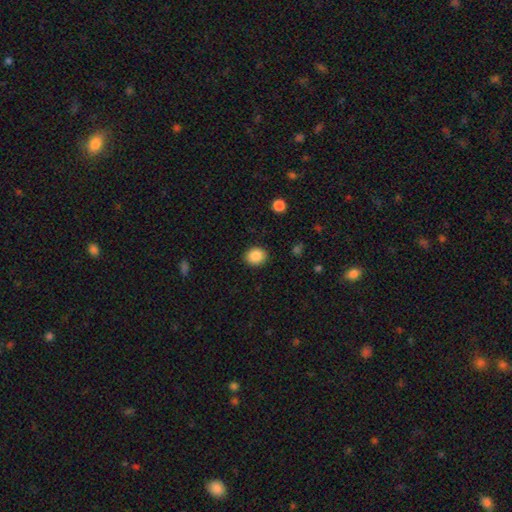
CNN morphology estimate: Smooth or featured?
  - smooth: 87% *
  - star or artifact: 9%
  - featured or disk: 4%
How rounded?
  - round: 67% *
  - in between: 32%
  - cigar-shaped: 1%
Merging?
  - none: 89% *
  - minor disturbance: 7%
  - major disturbance: 2%
  - merger: 1%